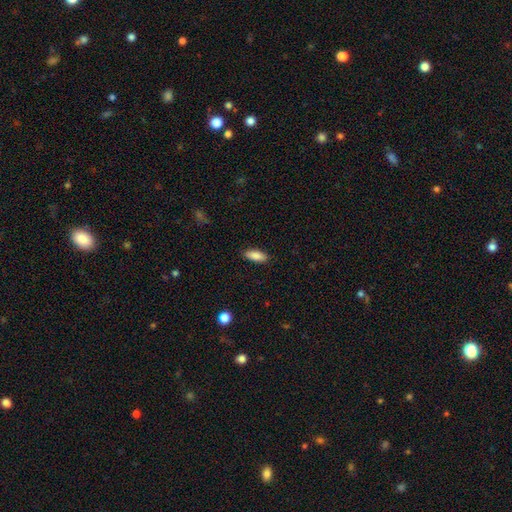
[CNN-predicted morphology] This is clearly a smooth galaxy (87%). How rounded: likely in between (75%). Merging: clearly none (88%).